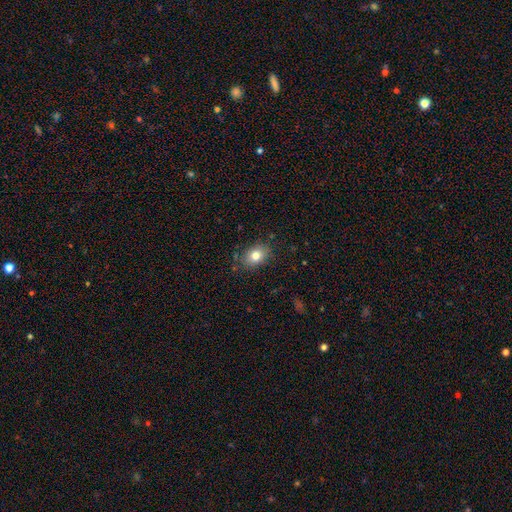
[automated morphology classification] Q: Smooth or featured?
A: smooth (79%); runner-up: featured or disk (11%)
Q: How rounded?
A: in between (70%); runner-up: round (28%)
Q: Merging?
A: none (82%); runner-up: minor disturbance (13%)